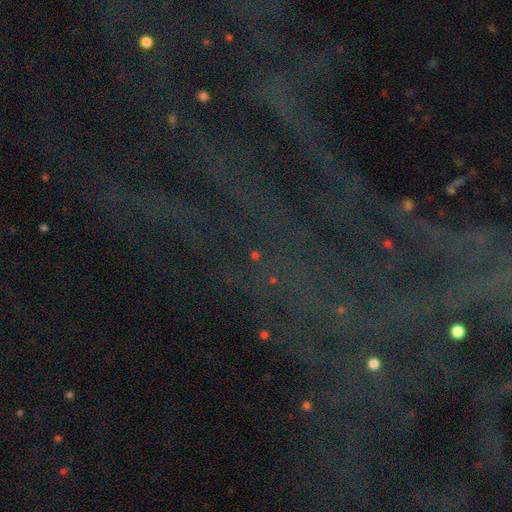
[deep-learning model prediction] Morphology: type=star or artifact (79%).